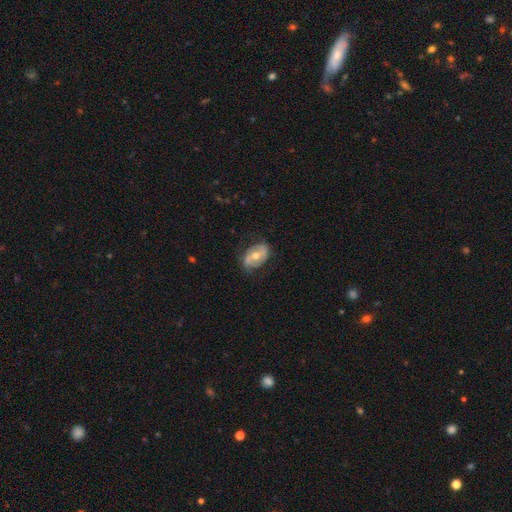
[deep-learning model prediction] The model was most divided on "bar": no: 48%, weak: 31%, strong: 21%. More confident: edge-on disk — no (94%); bulge size — moderate (74%); merging — none (72%); smooth or featured — featured or disk (65%); spiral arms — yes (63%).